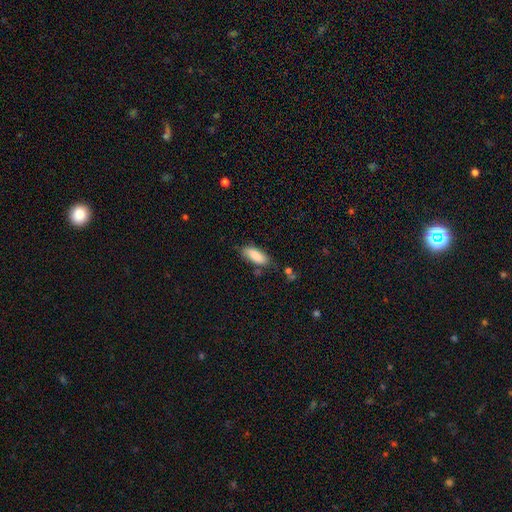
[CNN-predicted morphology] This appears to be a smooth galaxy with no disk features (85%) that is in between round and cigar-shaped (76%). Merging: none (71%).